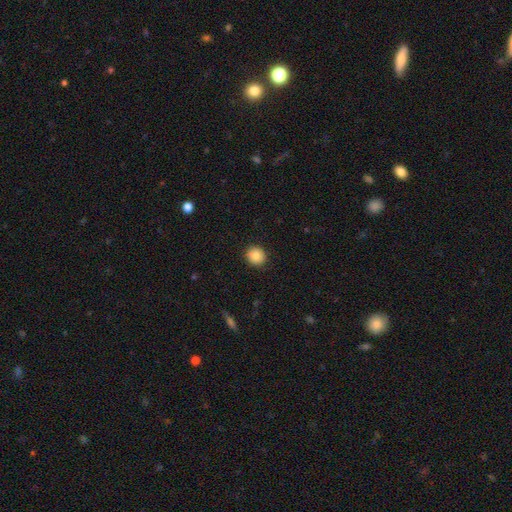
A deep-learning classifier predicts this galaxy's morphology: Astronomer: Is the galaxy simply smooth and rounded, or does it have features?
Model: smooth — 84%.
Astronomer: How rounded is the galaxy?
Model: round — 89%.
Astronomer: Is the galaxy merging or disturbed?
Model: none — 90%.